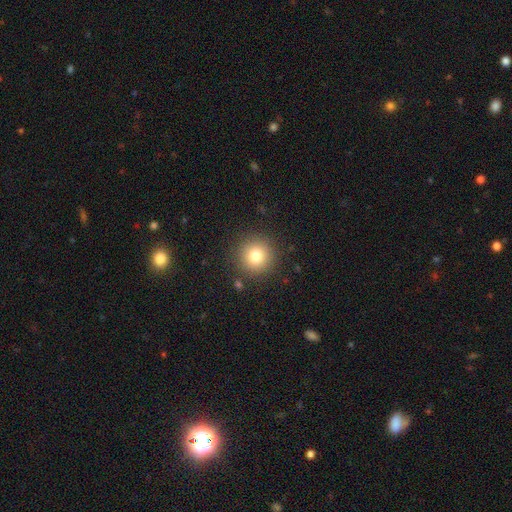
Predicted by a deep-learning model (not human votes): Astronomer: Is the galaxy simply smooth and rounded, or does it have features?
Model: smooth — 79%.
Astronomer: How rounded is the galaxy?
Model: round — 95%.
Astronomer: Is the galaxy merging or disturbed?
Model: none — 89%.